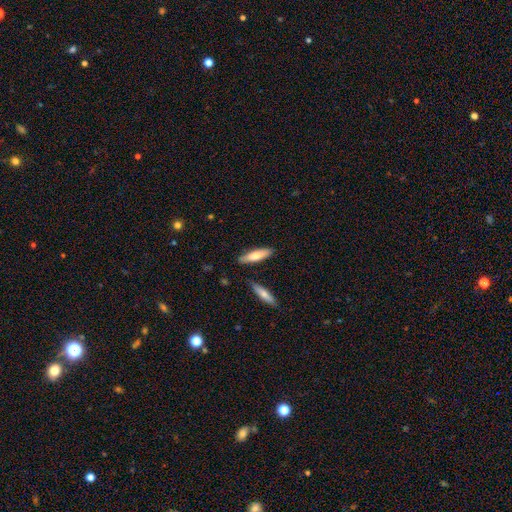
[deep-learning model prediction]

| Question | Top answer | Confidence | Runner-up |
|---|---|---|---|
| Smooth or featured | smooth | 73% | featured or disk (22%) |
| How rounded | cigar-shaped | 65% | in between (33%) |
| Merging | none | 83% | minor disturbance (11%) |